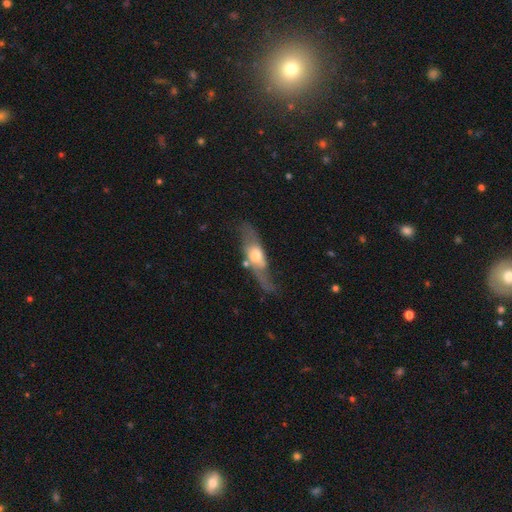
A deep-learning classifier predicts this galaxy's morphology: Overall: featured or disk (61%; smooth 34%). Edge-on disk: no (60%; yes 40%). Merging: none (52%; minor disturbance 24%).